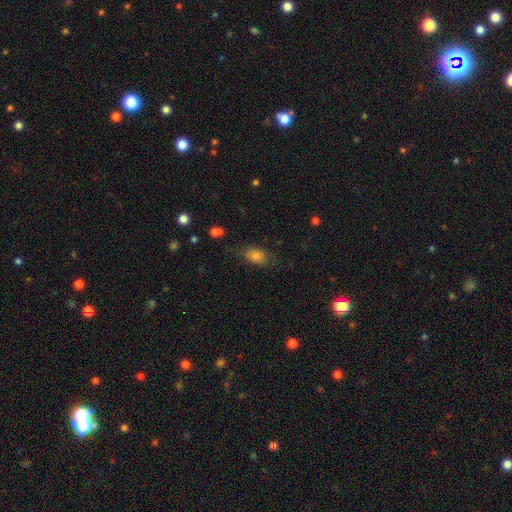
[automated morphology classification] Q: Smooth or featured?
A: smooth (71%); runner-up: featured or disk (16%)
Q: How rounded?
A: in between (82%); runner-up: round (14%)
Q: Merging?
A: none (66%); runner-up: minor disturbance (22%)